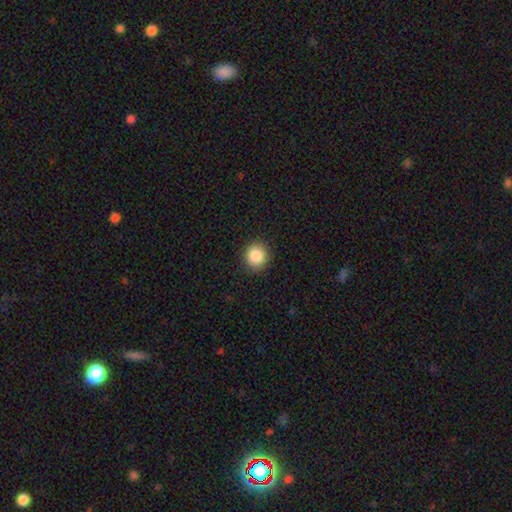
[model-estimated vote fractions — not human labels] This appears to be a smooth galaxy with no disk features (87%) that is round (89%). Merging: none (91%).